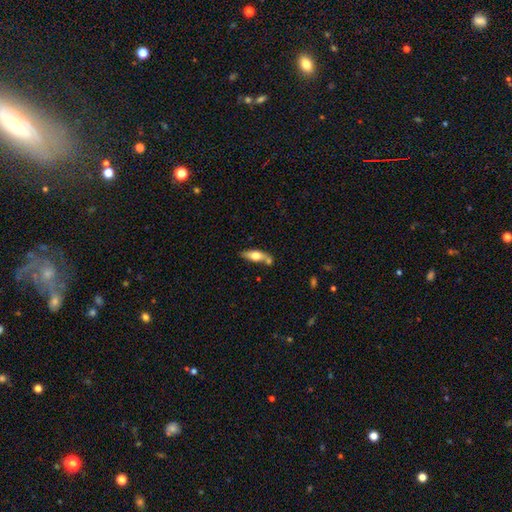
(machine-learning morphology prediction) smooth_or_featured: smooth (p=0.54) [alt: featured or disk p=0.40]
how_rounded: in between (p=0.53) [alt: cigar-shaped p=0.44]
merging: none (p=0.60) [alt: merger p=0.18]